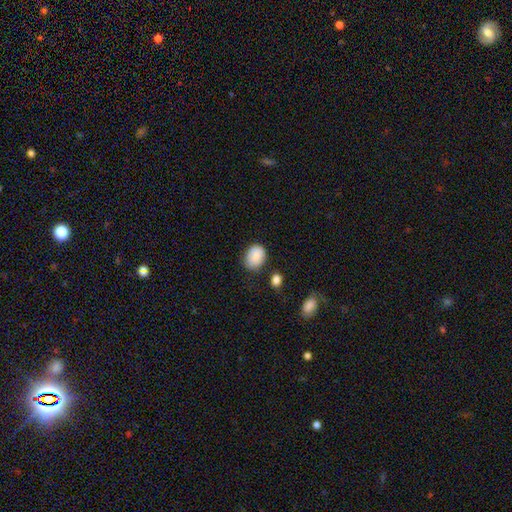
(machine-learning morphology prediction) Smooth or featured? Predicted: smooth (p=0.84). How rounded? Predicted: in between (p=0.60). Merging? Predicted: none (p=0.69).